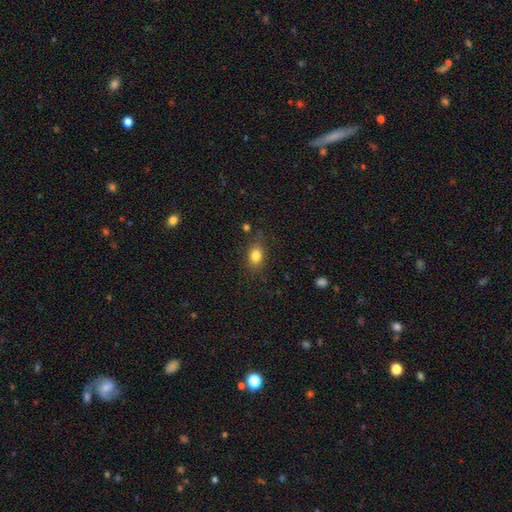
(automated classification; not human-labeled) A smooth galaxy with no disk features (82%) that is in between round and cigar-shaped (71%).

Vote fractions:
- Smooth or featured? smooth: 82% / star or artifact: 10% / featured or disk: 8%
- How rounded? in between: 71% / round: 27% / cigar-shaped: 2%
- Merging? none: 77% / minor disturbance: 16% / major disturbance: 5% / merger: 2%